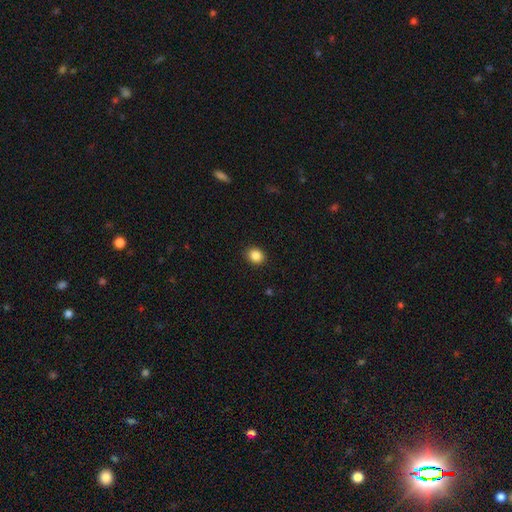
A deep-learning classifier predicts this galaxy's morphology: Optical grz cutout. It shows a smooth galaxy with no disk features (87%) that is round (69%). Merging: none (91%).